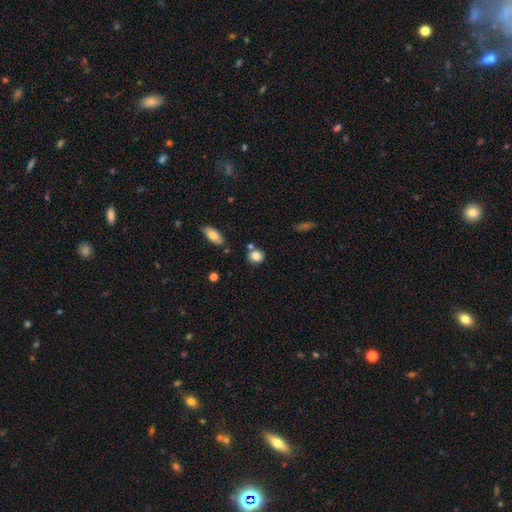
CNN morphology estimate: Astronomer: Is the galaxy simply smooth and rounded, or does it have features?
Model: smooth — 84%.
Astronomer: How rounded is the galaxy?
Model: round — 69%.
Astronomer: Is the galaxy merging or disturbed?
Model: none — 66%.